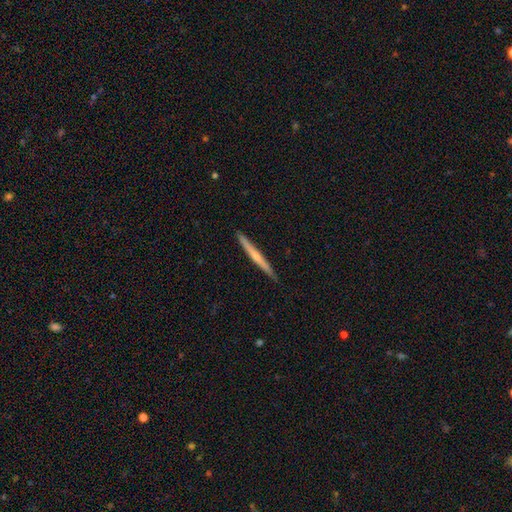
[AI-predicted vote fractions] The model was most divided on "edge-on bulge": rounded: 59%, none: 37%, boxy: 4%. More confident: edge-on disk — yes (98%); merging — none (91%); smooth or featured — featured or disk (61%).